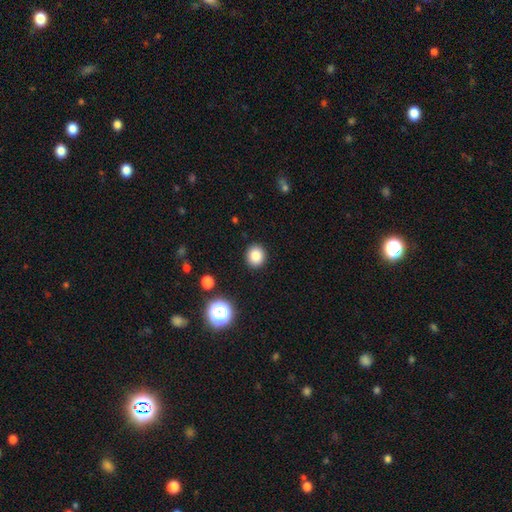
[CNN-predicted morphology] A smooth galaxy with no disk features (85%) that is round (81%).

Vote fractions:
- Smooth or featured? smooth: 85% / star or artifact: 11% / featured or disk: 4%
- How rounded? round: 81% / in between: 18% / cigar-shaped: 1%
- Merging? none: 91% / minor disturbance: 6% / major disturbance: 2% / merger: 1%